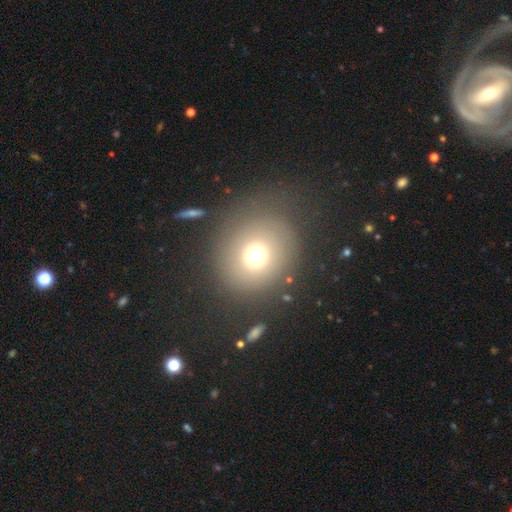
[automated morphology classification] Smooth or featured?
  - smooth: 68% *
  - featured or disk: 17%
  - star or artifact: 14%
How rounded?
  - round: 84% *
  - in between: 15%
  - cigar-shaped: 1%
Merging?
  - none: 68% *
  - minor disturbance: 14%
  - major disturbance: 13%
  - merger: 4%